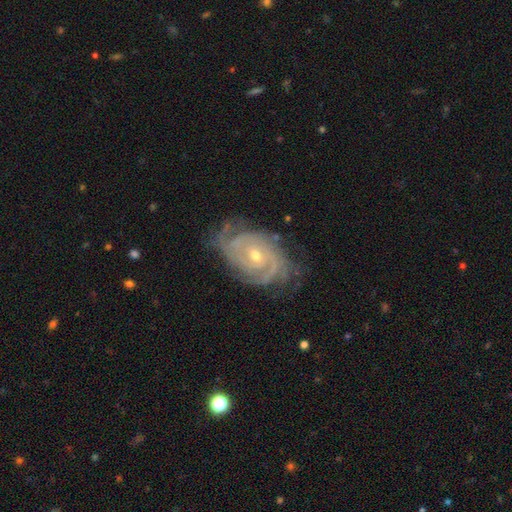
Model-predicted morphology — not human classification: Overall: featured or disk (90%). Edge-on disk: no (97%). Bar: no (65%; weak 28%). Spiral arms: yes (97%). Spiral arm count: 3 (25%; can't tell 23%). Spiral winding: tight (73%). Bulge size: small (57%; moderate 41%). Merging: none (69%).